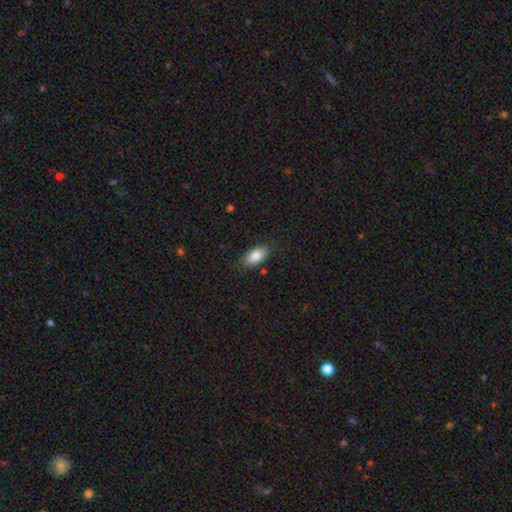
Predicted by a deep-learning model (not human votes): This appears to be a smooth galaxy with no disk features (84%) that is in between round and cigar-shaped (91%). Merging: none (84%).